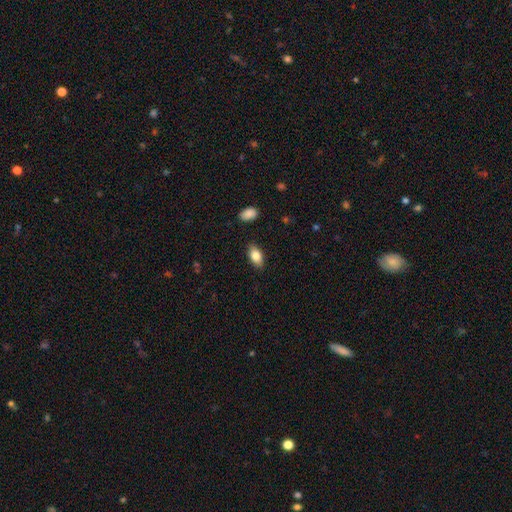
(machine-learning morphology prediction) This is clearly a smooth galaxy (81%). How rounded: clearly in between (90%). Merging: clearly none (86%).